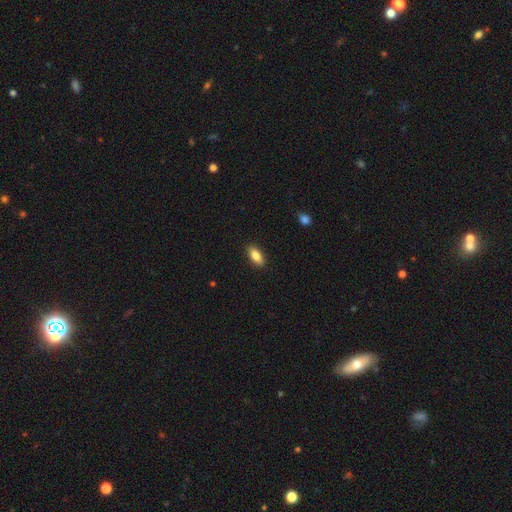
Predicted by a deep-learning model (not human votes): A smooth galaxy with no disk features (85%) that is in between round and cigar-shaped (85%). Merging: none (89%).